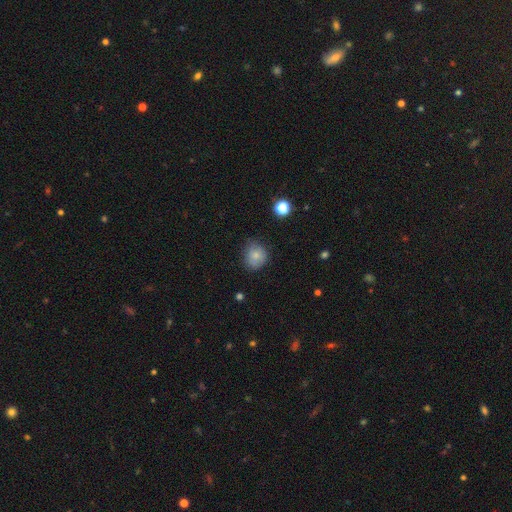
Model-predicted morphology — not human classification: Smooth or featured? smooth (75%)
How rounded? round (72%)
Merging? none (65%)